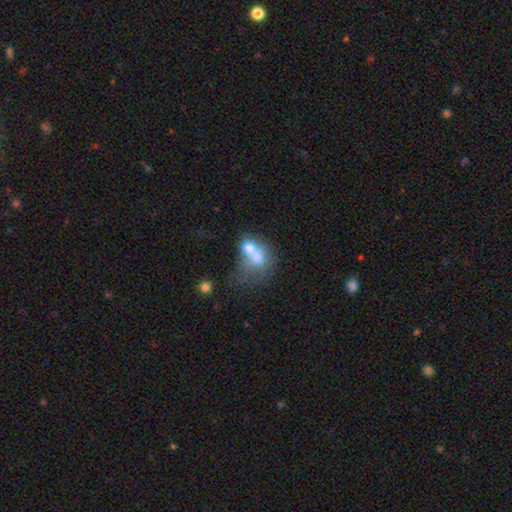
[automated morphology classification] Smooth or featured: smooth — 60% (featured or disk — 28%)
How rounded: in between — 54% (round — 44%)
Merging: merger — 64% (none — 15%)